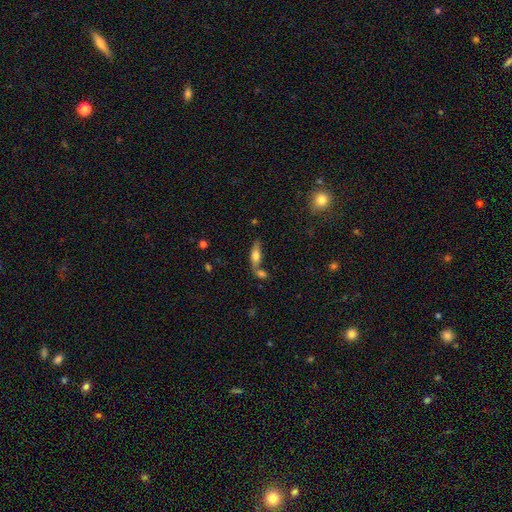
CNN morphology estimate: Smooth or featured?
  - smooth: 60% *
  - featured or disk: 32%
  - star or artifact: 8%
How rounded?
  - in between: 61% *
  - cigar-shaped: 35%
  - round: 3%
Merging?
  - none: 47% *
  - merger: 34%
  - minor disturbance: 13%
  - major disturbance: 6%